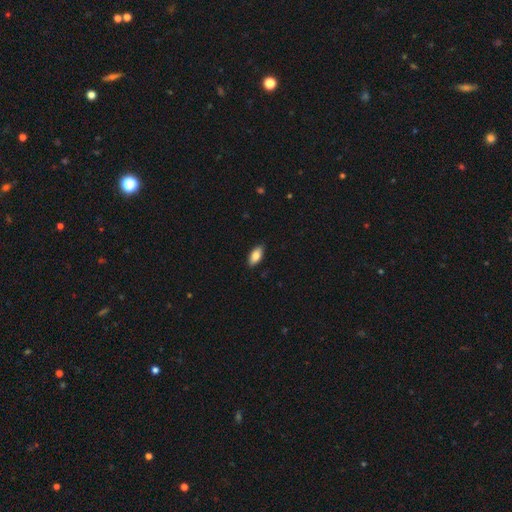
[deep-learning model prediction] Morphology: type=smooth (83%); roundness=in between (89%); merging=none (88%).